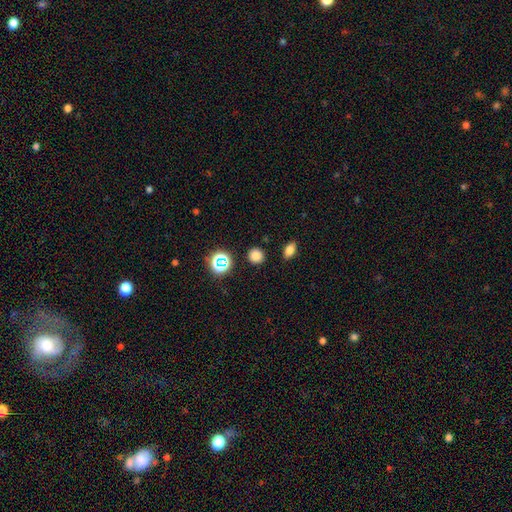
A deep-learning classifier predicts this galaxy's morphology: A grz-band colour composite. It shows a smooth galaxy with no disk features (76%) that is round (88%). Merging: none (88%).